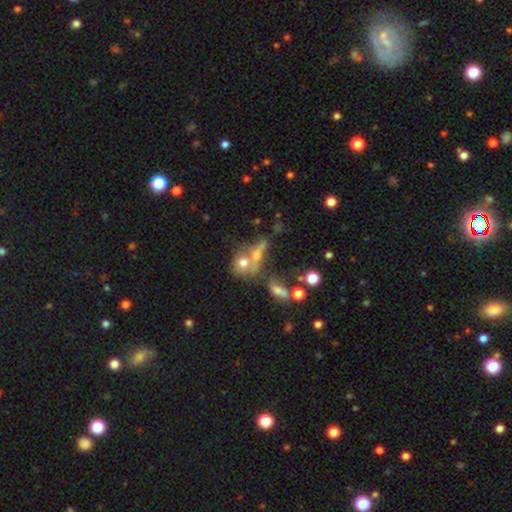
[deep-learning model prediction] The model was most divided on "merging": merger: 43%, none: 38%, minor disturbance: 10%, major disturbance: 9%. Remaining: smooth or featured — smooth (49%).